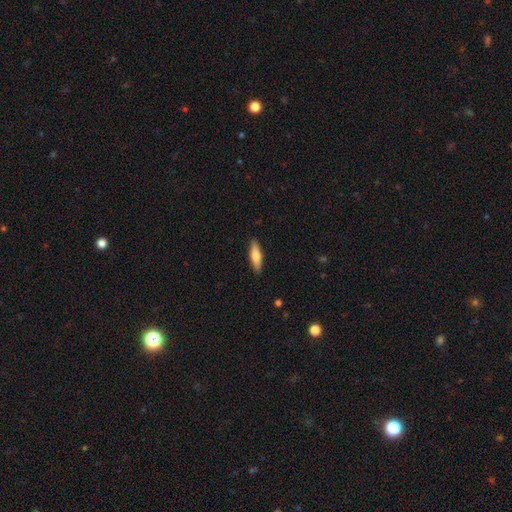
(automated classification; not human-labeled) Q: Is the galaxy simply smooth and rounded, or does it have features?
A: smooth — 66%.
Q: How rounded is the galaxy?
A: cigar-shaped — 64%.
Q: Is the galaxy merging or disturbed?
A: none — 90%.